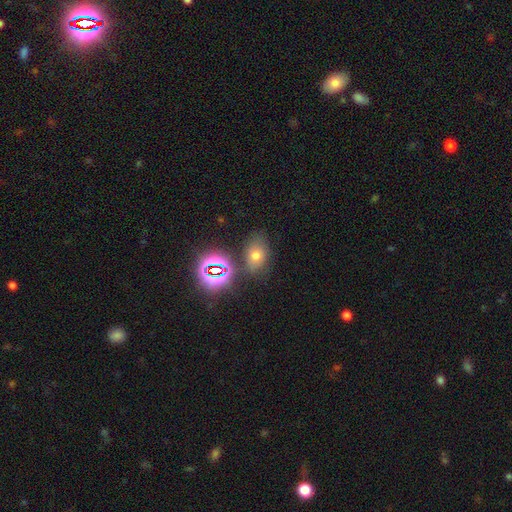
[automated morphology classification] A smooth galaxy with no disk features (60%) that is in between round and cigar-shaped (74%).

Vote fractions:
- Smooth or featured? smooth: 60% / star or artifact: 27% / featured or disk: 13%
- How rounded? in between: 74% / round: 25% / cigar-shaped: 2%
- Merging? none: 74% / minor disturbance: 14% / merger: 8% / major disturbance: 5%